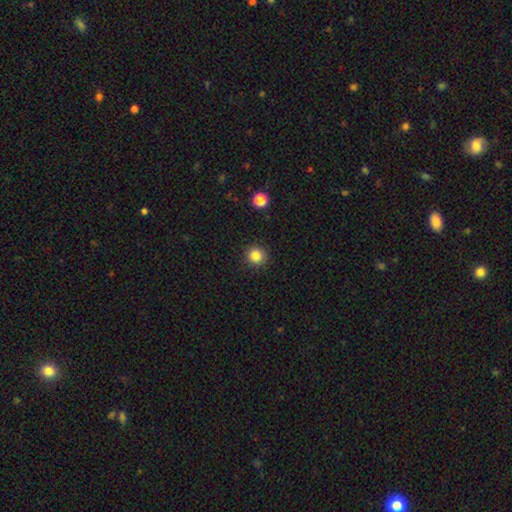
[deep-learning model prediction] smooth 84%, star or artifact 11%, featured or disk 5%. Down the decision tree: how rounded — round (93%); merging — none (91%).